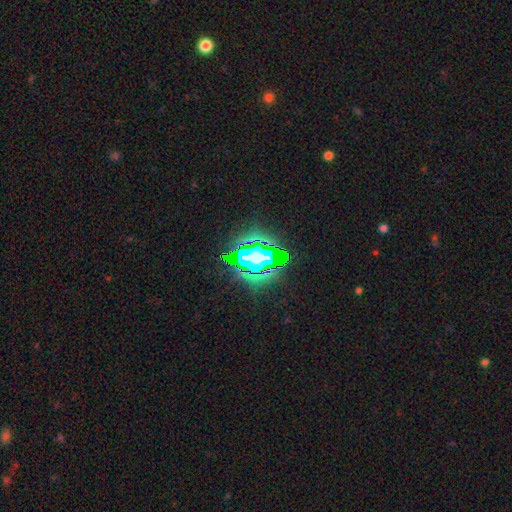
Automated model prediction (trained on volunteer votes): Smooth or featured?
  - star or artifact: 71% *
  - featured or disk: 14%
  - smooth: 14%